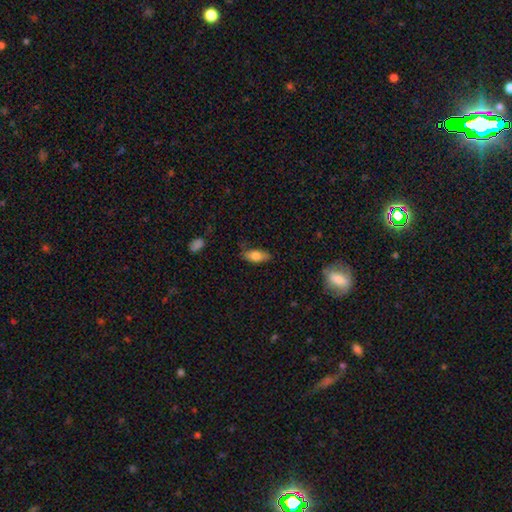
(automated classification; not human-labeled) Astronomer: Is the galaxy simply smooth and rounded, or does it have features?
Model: smooth — 77%.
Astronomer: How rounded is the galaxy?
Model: in between — 85%.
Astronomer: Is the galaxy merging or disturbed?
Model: none — 71%.